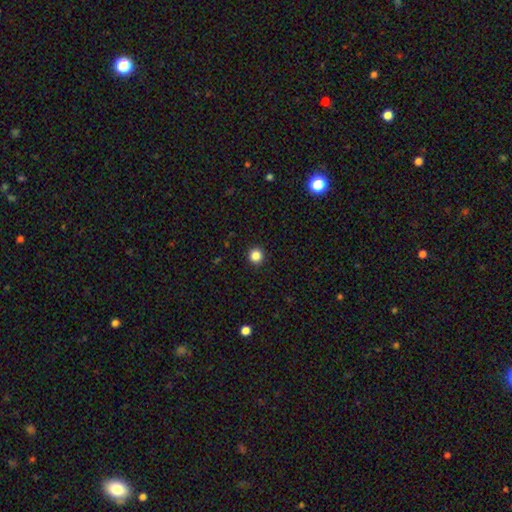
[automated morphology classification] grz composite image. It shows a smooth galaxy with no disk features (85%) that is round (95%). Merging: none (93%).